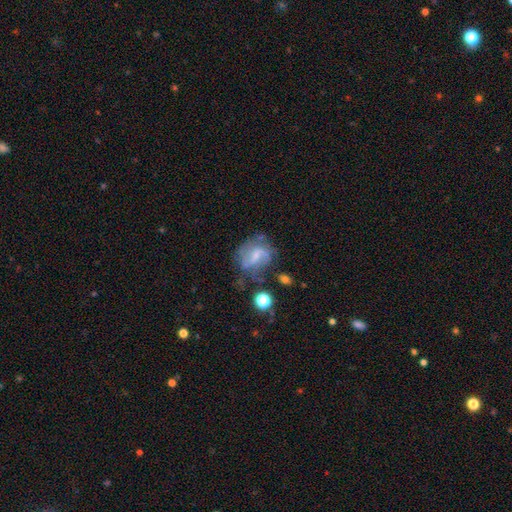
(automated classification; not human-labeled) featured or disk 62%, smooth 27%, star or artifact 11%. Down the decision tree: edge-on disk — no (97%); bar — weak (48%); spiral arms — yes (67%); bulge size — small (50%); merging — none (41%).